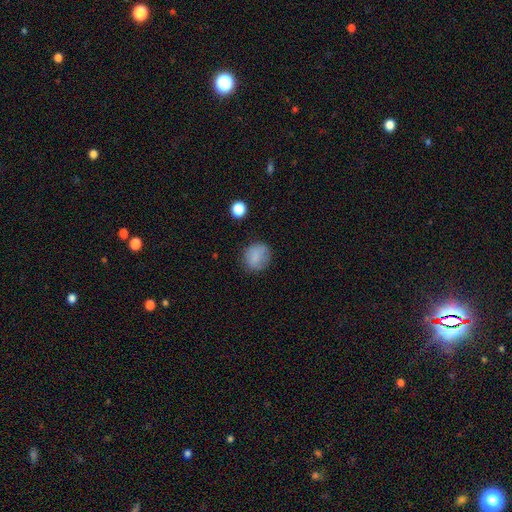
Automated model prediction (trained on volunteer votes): smooth 82%, star or artifact 10%, featured or disk 8%. Down the decision tree: how rounded — round (78%); merging — none (77%).